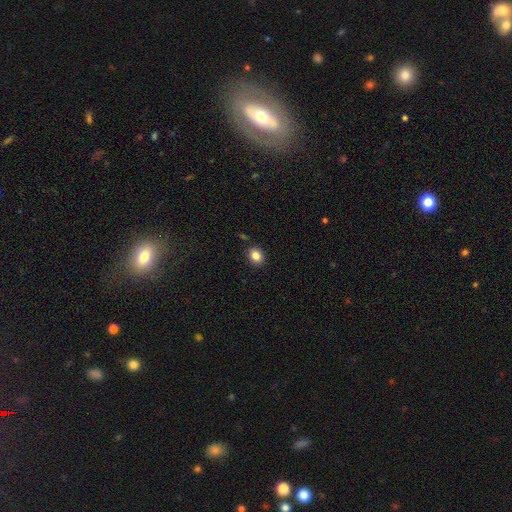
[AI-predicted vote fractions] Smooth or featured: smooth — 85% (star or artifact — 9%)
How rounded: round — 50% (tied with in between — 50%)
Merging: none — 87% (minor disturbance — 9%)